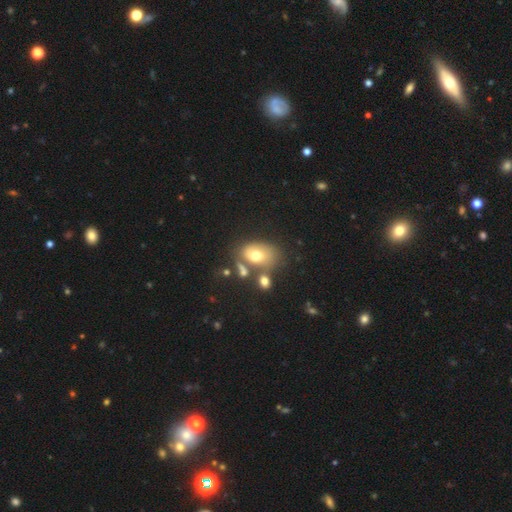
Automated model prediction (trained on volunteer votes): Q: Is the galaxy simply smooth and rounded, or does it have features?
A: smooth — 64%.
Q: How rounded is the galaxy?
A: in between — 75%.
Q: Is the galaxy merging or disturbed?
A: none — 42%.